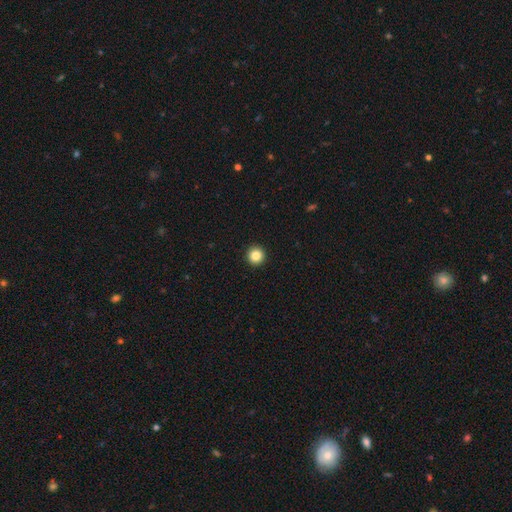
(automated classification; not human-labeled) Smooth or featured? Predicted: smooth (p=0.86). How rounded? Predicted: round (p=0.96). Merging? Predicted: none (p=0.94).